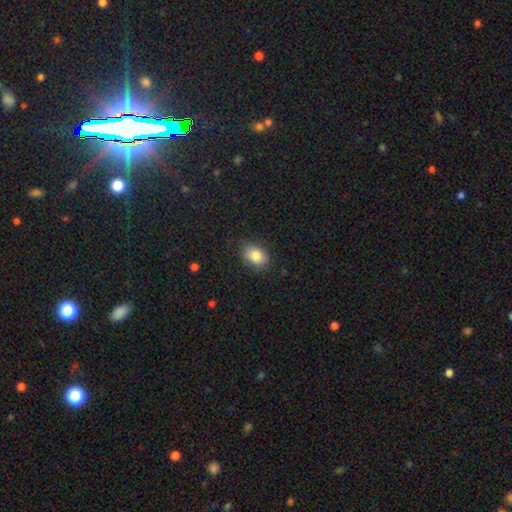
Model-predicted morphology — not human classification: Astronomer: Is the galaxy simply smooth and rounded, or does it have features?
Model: smooth — 83%.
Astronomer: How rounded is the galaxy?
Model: in between — 78%.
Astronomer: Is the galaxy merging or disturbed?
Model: none — 79%.